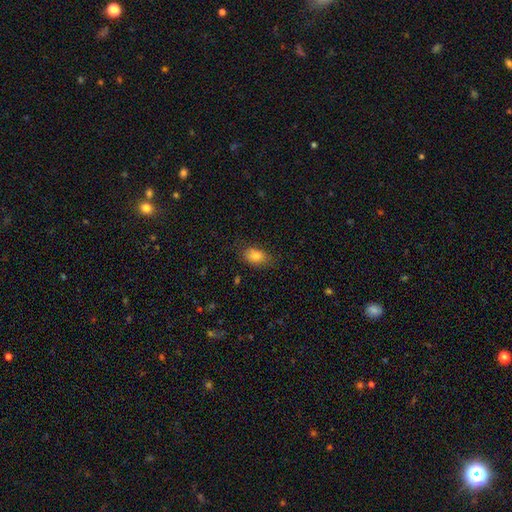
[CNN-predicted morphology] type=smooth (80%); roundness=in between (83%); merging=none (72%).